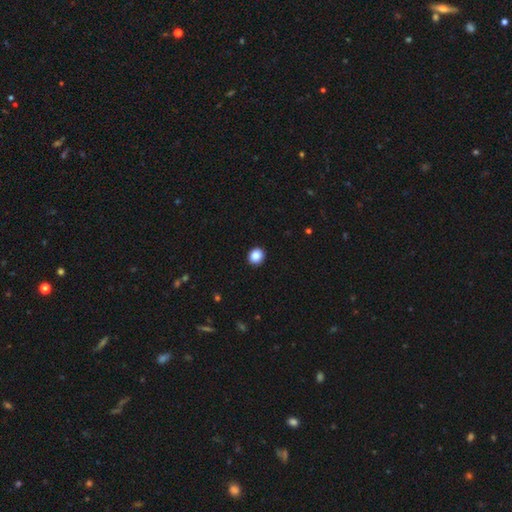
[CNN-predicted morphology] Smooth or featured?
  - smooth: 86% *
  - star or artifact: 10%
  - featured or disk: 4%
How rounded?
  - round: 83% *
  - in between: 16%
  - cigar-shaped: 1%
Merging?
  - none: 93% *
  - minor disturbance: 5%
  - major disturbance: 1%
  - merger: 1%